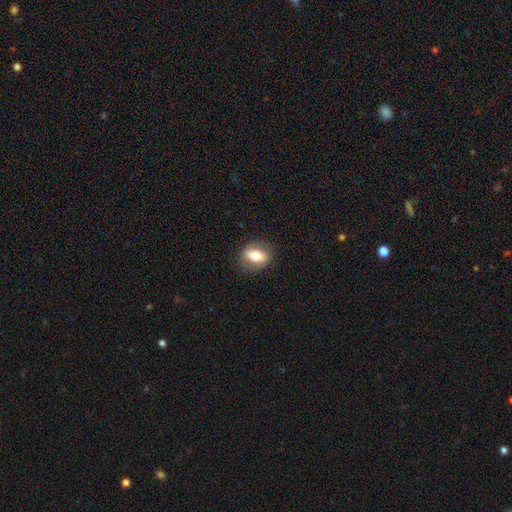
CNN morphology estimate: The model was most divided on "smooth or featured": smooth: 61%, featured or disk: 32%, star or artifact: 8%. More confident: merging — none (82%); how rounded — in between (68%).